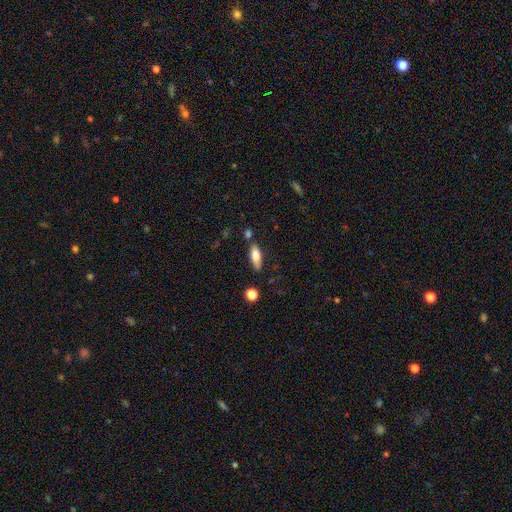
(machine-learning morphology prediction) This is likely a smooth galaxy (75%). How rounded: likely in between (62%). Merging: likely none (70%).